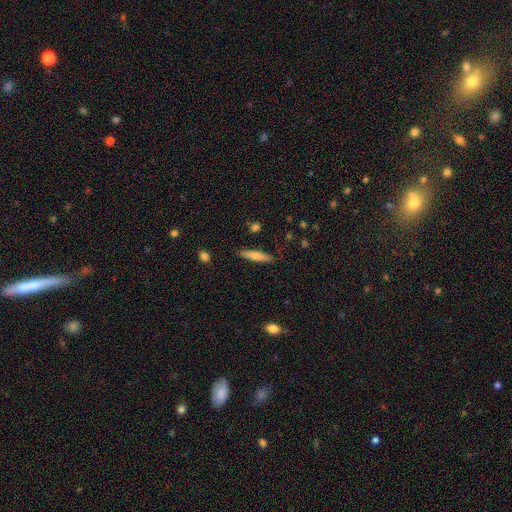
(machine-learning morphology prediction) smooth 63%, featured or disk 30%, star or artifact 6%. Down the decision tree: how rounded — cigar-shaped (86%); merging — none (85%).